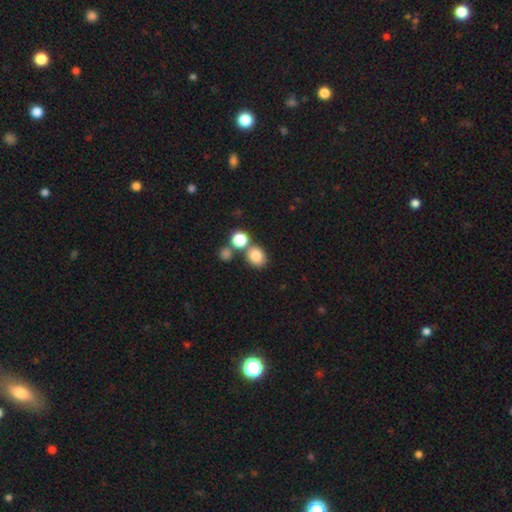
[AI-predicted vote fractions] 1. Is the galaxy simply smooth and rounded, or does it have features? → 80% smooth, 12% star or artifact, 8% featured or disk.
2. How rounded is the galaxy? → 64% round, 35% in between, 1% cigar-shaped.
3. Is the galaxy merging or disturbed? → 64% none, 22% merger, 10% minor disturbance, 4% major disturbance.